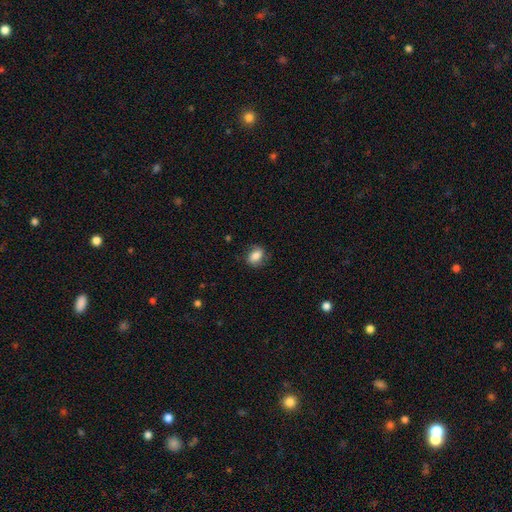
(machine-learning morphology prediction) Q: Smooth or featured?
A: smooth (77%); runner-up: featured or disk (15%)
Q: How rounded?
A: in between (73%); runner-up: round (25%)
Q: Merging?
A: none (74%); runner-up: minor disturbance (19%)